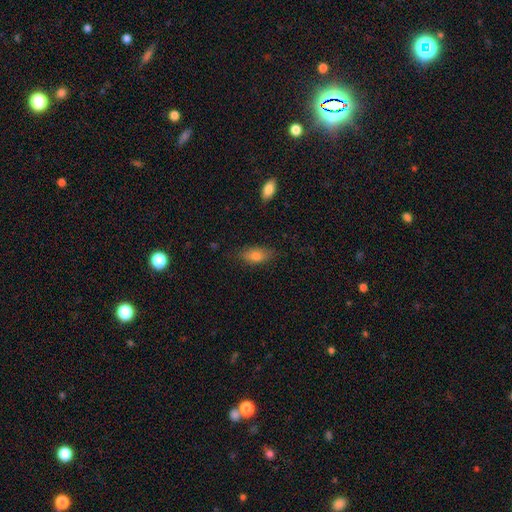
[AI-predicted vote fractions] Smooth or featured: smooth — 76% (featured or disk — 16%)
How rounded: in between — 82% (cigar-shaped — 13%)
Merging: none — 79% (minor disturbance — 16%)